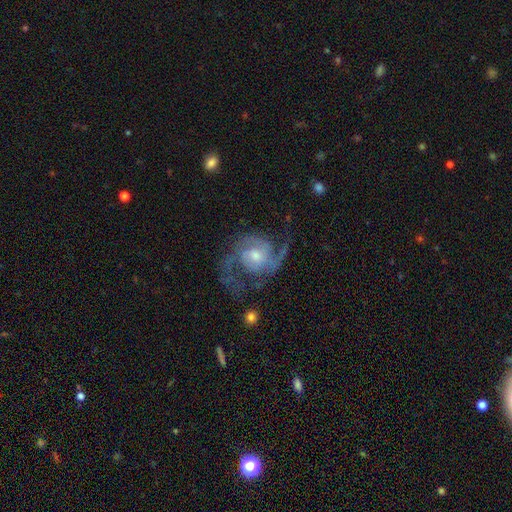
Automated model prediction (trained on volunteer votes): smooth_or_featured: featured or disk (p=0.88) [alt: smooth p=0.06]
disk_edge_on: no (p=0.98) [alt: yes p=0.02]
bar: no (p=0.59) [alt: weak p=0.34]
has_spiral_arms: yes (p=0.97) [alt: no p=0.03]
spiral_winding: medium (p=0.53) [alt: loose p=0.26]
spiral_arm_count: 2 (p=0.79) [alt: 3 p=0.09]
bulge_size: moderate (p=0.55) [alt: small p=0.35]
merging: none (p=0.63) [alt: minor disturbance p=0.17]